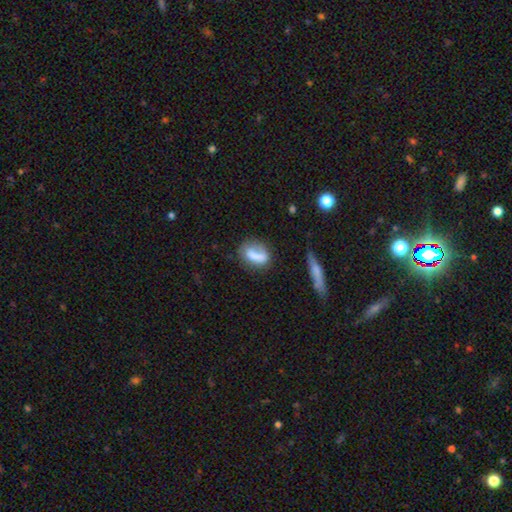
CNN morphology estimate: Smooth or featured? smooth (70%)
How rounded? in between (72%)
Merging? none (51%)